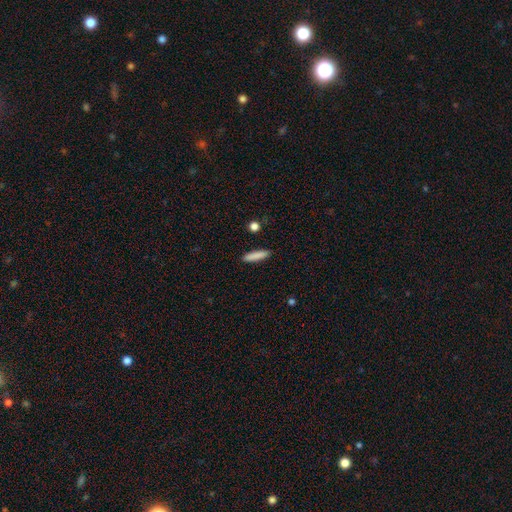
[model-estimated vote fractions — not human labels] smooth-or-featured: smooth: 86% | featured or disk: 8% | star or artifact: 6%
  how-rounded: cigar-shaped: 83% | in between: 15% | round: 2%
  merging: none: 90% | minor disturbance: 7% | merger: 2% | major disturbance: 2%